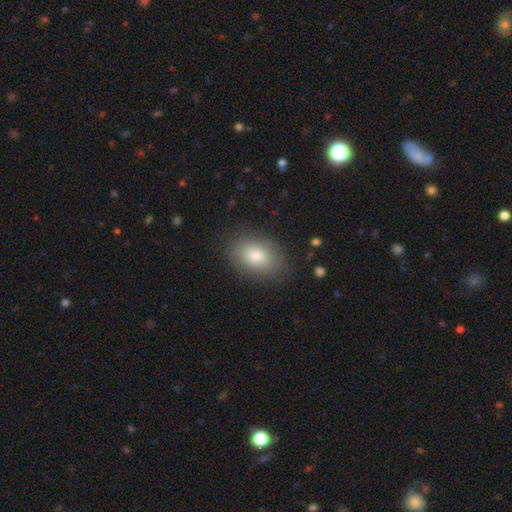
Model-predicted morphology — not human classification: Smooth or featured?
  - smooth: 80% *
  - featured or disk: 12%
  - star or artifact: 8%
How rounded?
  - in between: 81% *
  - round: 17%
  - cigar-shaped: 1%
Merging?
  - none: 83% *
  - minor disturbance: 12%
  - major disturbance: 4%
  - merger: 1%